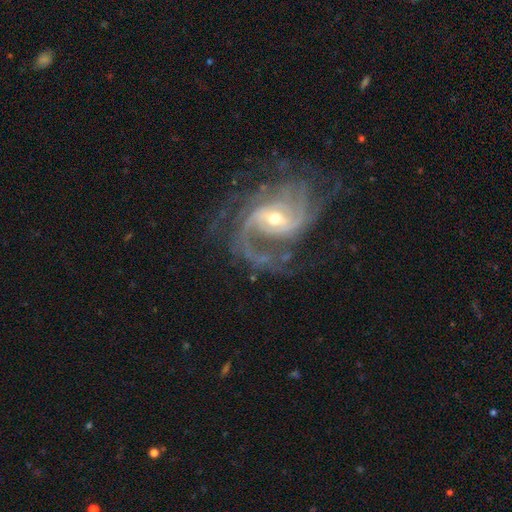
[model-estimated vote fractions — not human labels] smooth-or-featured: featured or disk: 90% | star or artifact: 6% | smooth: 4%
  disk-edge-on: no: 98% | yes: 2%
    bar: weak: 47% | strong: 27% | no: 26%
    has-spiral-arms: yes: 98% | no: 2%
      spiral-winding: medium: 50% | tight: 30% | loose: 20%
      spiral-arm-count: 2: 42% | 3: 20% | can't tell: 15% | 4: 8% | 1: 8% | more than 4: 6%
    bulge-size: small: 53% | moderate: 43% | large: 2% | none: 1% | dominant: 1%
  merging: none: 63% | major disturbance: 18% | minor disturbance: 17% | merger: 2%